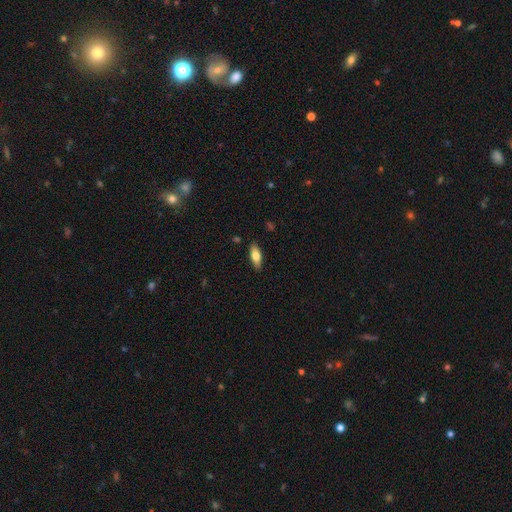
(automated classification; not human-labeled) smooth-or-featured: smooth: 71% | featured or disk: 23% | star or artifact: 6%
  how-rounded: in between: 70% | cigar-shaped: 28% | round: 2%
  merging: none: 86% | minor disturbance: 10% | major disturbance: 2% | merger: 1%